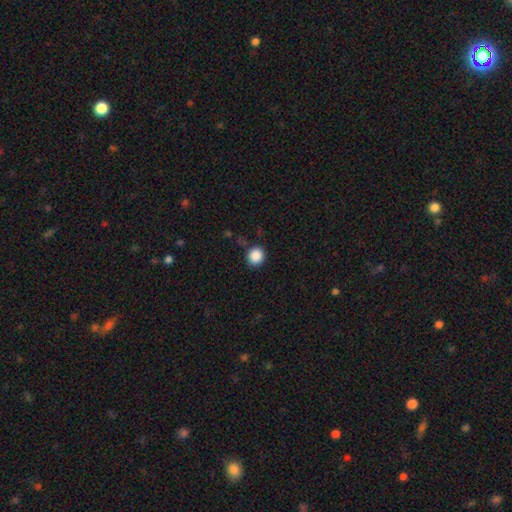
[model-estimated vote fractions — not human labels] Q: Smooth or featured?
A: smooth (87%); runner-up: star or artifact (10%)
Q: How rounded?
A: round (91%); runner-up: in between (8%)
Q: Merging?
A: none (85%); runner-up: minor disturbance (9%)